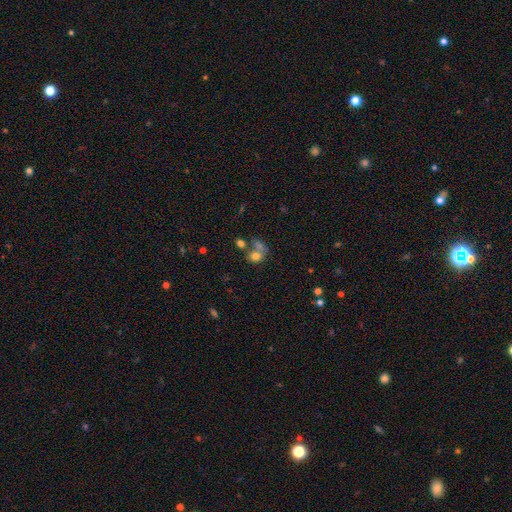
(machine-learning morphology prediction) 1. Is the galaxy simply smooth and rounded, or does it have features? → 55% smooth, 25% star or artifact, 20% featured or disk.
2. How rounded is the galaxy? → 69% round, 29% in between, 2% cigar-shaped.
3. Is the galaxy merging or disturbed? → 44% merger, 38% none, 9% minor disturbance, 9% major disturbance.